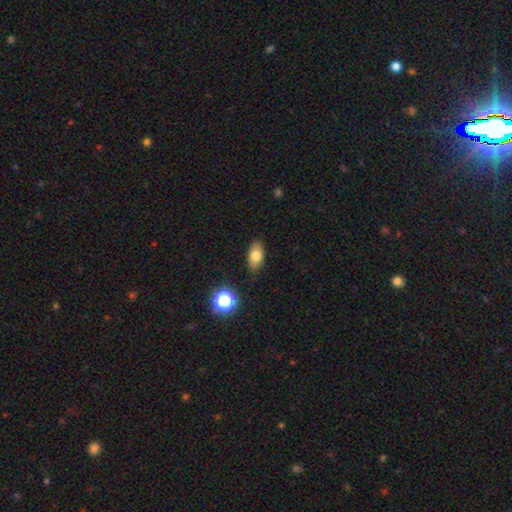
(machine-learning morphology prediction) Q: Smooth or featured?
A: smooth (77%); runner-up: featured or disk (13%)
Q: How rounded?
A: in between (88%); runner-up: round (8%)
Q: Merging?
A: none (83%); runner-up: minor disturbance (13%)